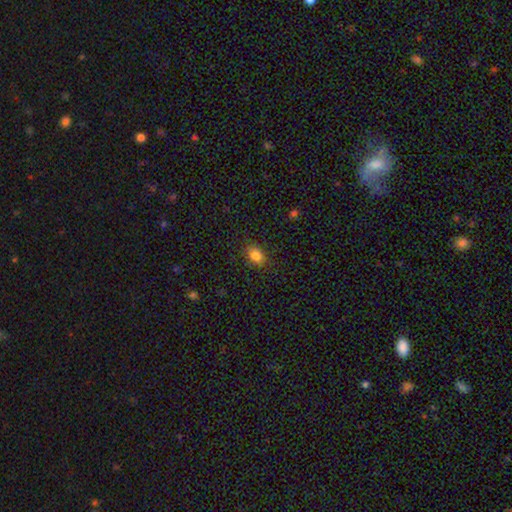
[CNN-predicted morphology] smooth 84%, star or artifact 11%, featured or disk 6%. Down the decision tree: how rounded — in between (71%); merging — none (86%).